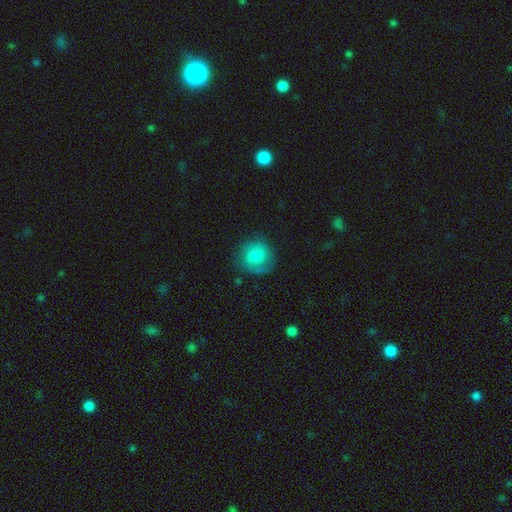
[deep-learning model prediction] Morphology: type=smooth (65%); roundness=round (85%); merging=none (73%).